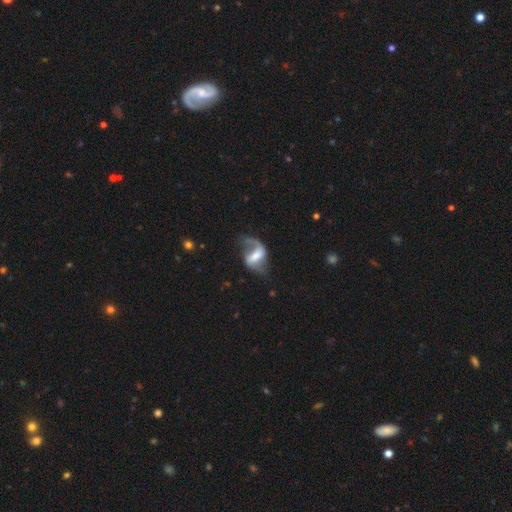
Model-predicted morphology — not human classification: Overall: featured or disk (78%). Edge-on disk: no (96%). Bar: strong (46%; weak 39%). Spiral arms: yes (89%). Spiral arm count: 2 (76%). Spiral winding: loose (67%; medium 27%). Bulge size: moderate (36%; small 23%). Merging: none (50%; major disturbance 26%).